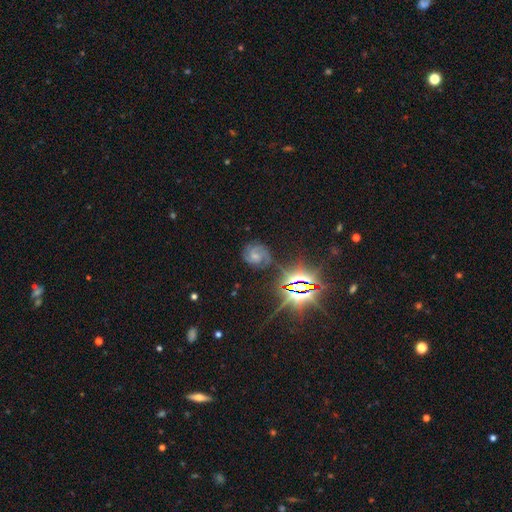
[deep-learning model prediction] This is likely a featured or disk galaxy (70%). It is clearly not viewed edge-on (97%). Bar: possibly no (52%). Spiral arm pattern: clearly yes (95%). Spiral arm count: possibly 2 (48%). Spiral winding: possibly medium (46%). Central bulge: possibly small (53%). Merging: likely none (71%).